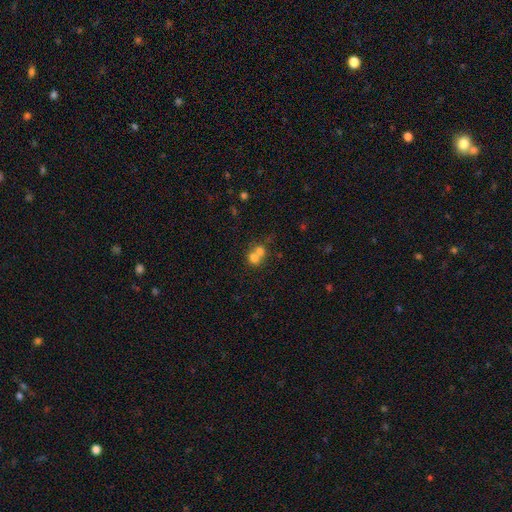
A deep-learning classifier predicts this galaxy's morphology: A smooth galaxy with no disk features (70%) that is round (76%). Merging: merger (64%).